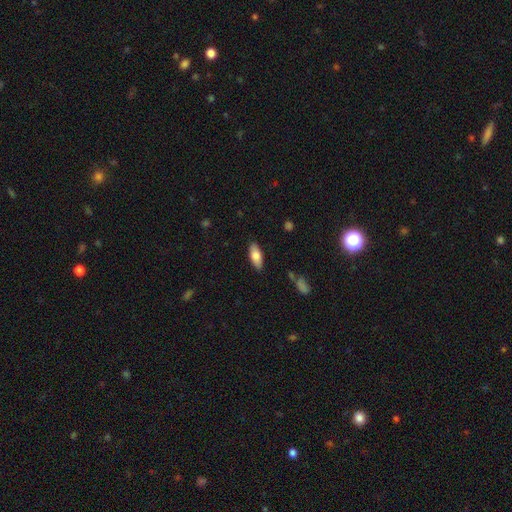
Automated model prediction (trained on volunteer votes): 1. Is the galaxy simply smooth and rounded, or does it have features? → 79% smooth, 15% featured or disk, 6% star or artifact.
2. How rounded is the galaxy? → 84% in between, 14% cigar-shaped, 2% round.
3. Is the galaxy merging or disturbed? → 86% none, 10% minor disturbance, 2% major disturbance, 1% merger.